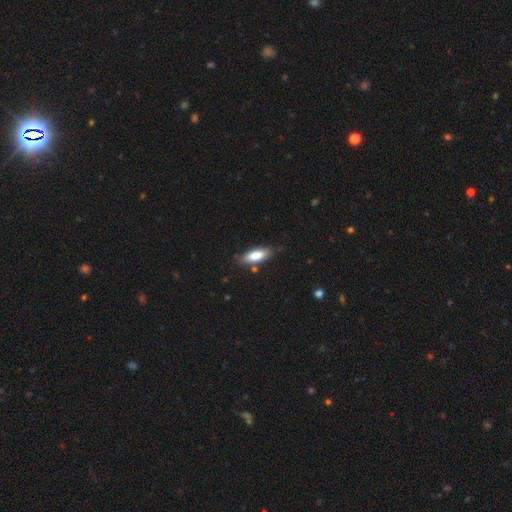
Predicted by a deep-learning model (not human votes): smooth 82%, featured or disk 12%, star or artifact 6%. Down the decision tree: how rounded — in between (75%); merging — none (79%).